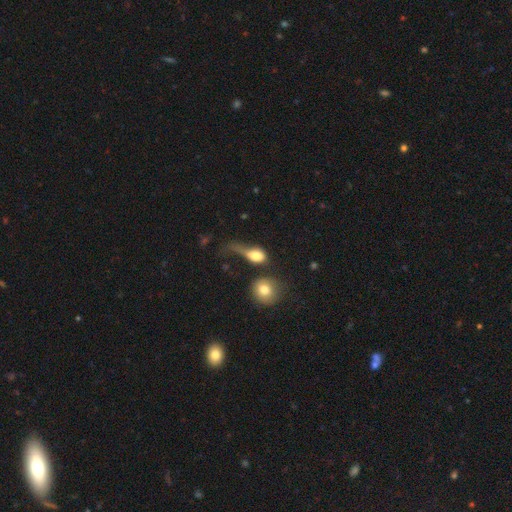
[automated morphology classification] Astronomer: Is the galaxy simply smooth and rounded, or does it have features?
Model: smooth — 71%.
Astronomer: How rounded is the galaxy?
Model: in between — 57% (runner-up: round, 36%).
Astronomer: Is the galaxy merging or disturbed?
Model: major disturbance — 54%.